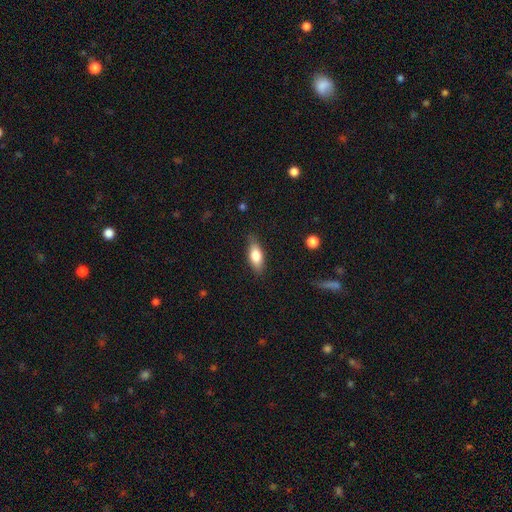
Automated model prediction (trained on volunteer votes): A smooth galaxy with no disk features (74%) that is in between round and cigar-shaped (77%). Merging: none (83%).